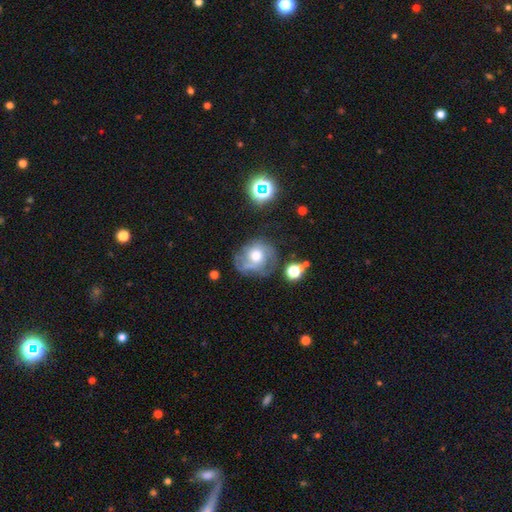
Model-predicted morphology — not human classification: This is possibly a featured or disk galaxy (50%). It is clearly not viewed edge-on (97%). Merging: possibly none (53%).